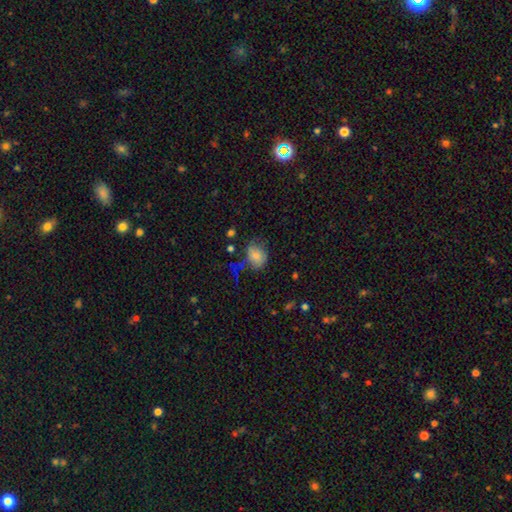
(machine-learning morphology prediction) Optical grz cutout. It shows a smooth galaxy with no disk features (76%) that is in between round and cigar-shaped (51%). Merging: none (53%).